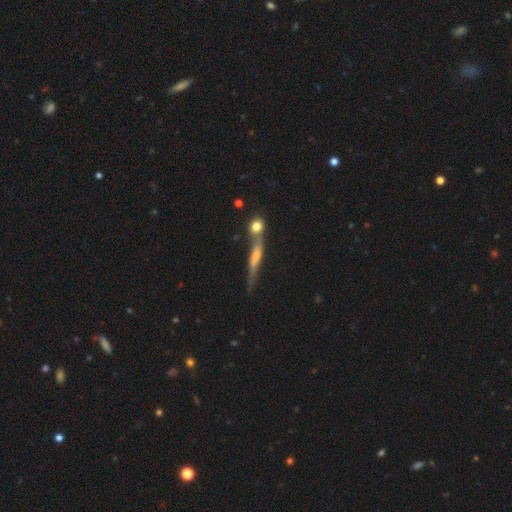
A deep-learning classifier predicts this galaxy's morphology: This is possibly a featured or disk galaxy (59%). It is clearly viewed edge-on (87%). Edge-on bulge: marginally rounded (42%). Merging: possibly none (56%).